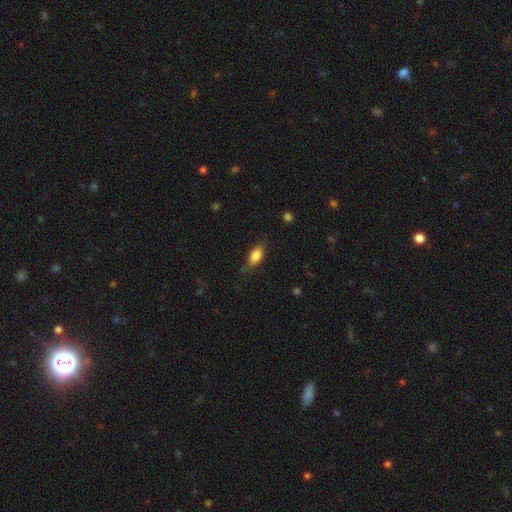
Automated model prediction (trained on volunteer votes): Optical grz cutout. It shows a smooth galaxy with no disk features (82%) that is in between round and cigar-shaped (85%). Merging: none (74%).